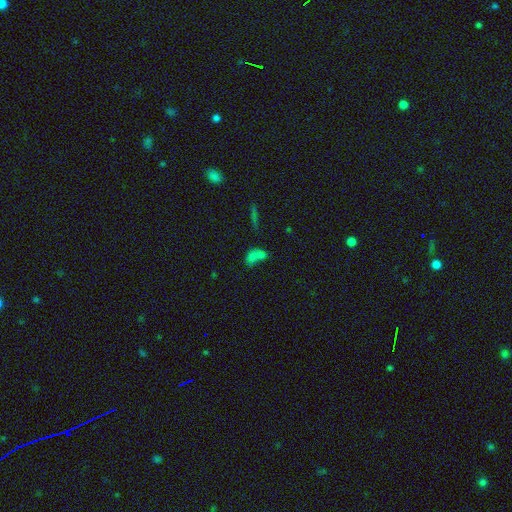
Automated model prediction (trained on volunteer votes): This appears to be a smooth galaxy with no disk features (66%) that is in between round and cigar-shaped (69%). Merging: merger (65%).